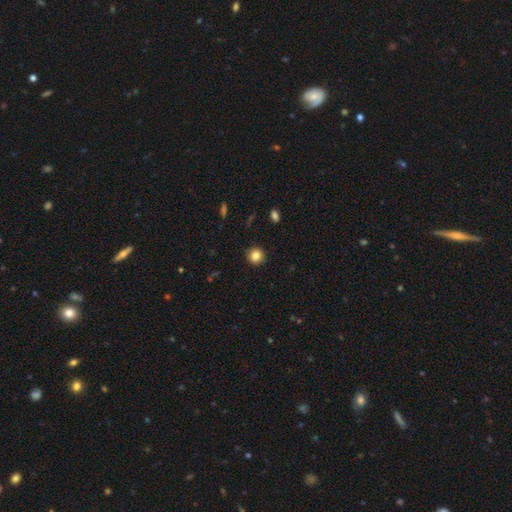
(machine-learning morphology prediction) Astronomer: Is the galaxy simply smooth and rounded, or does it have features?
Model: smooth — 84%.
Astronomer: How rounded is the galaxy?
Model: round — 93%.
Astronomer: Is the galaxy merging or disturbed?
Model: none — 92%.